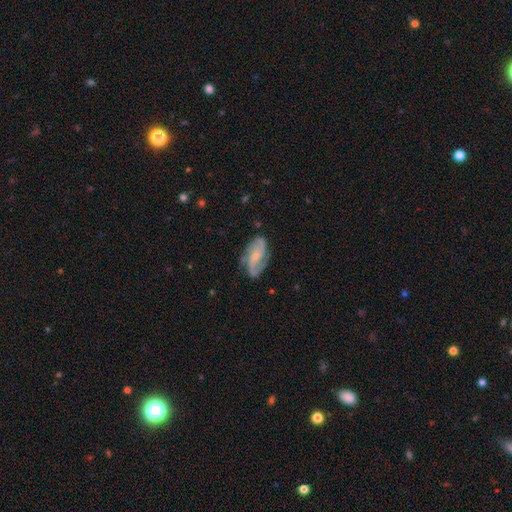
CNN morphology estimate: featured or disk 79%, smooth 15%, star or artifact 6%. Down the decision tree: edge-on disk — no (96%); bar — no (51%); spiral arms — yes (95%); spiral arm count — 2 (60%); spiral winding — medium (47%); bulge size — small (54%); merging — none (70%).